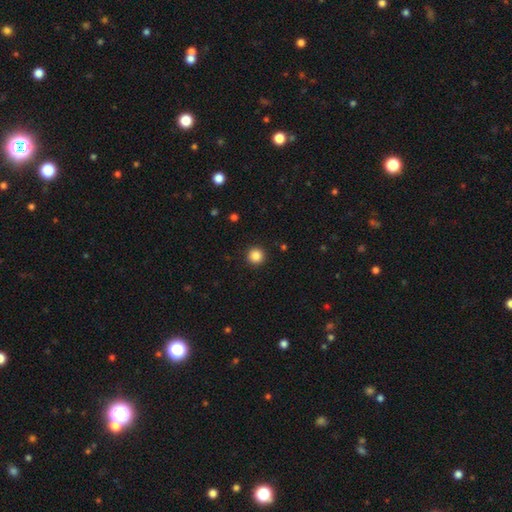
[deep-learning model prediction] A smooth galaxy with no disk features (86%) that is round (96%).

Vote fractions:
- Smooth or featured? smooth: 86% / star or artifact: 11% / featured or disk: 3%
- How rounded? round: 96% / in between: 3% / cigar-shaped: 1%
- Merging? none: 92% / minor disturbance: 5% / major disturbance: 2% / merger: 1%